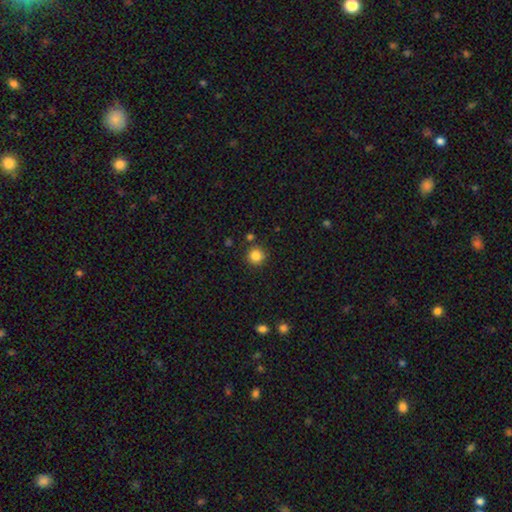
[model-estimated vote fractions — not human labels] smooth_or_featured: smooth (p=0.84) [alt: star or artifact p=0.11]
how_rounded: round (p=0.94) [alt: in between p=0.05]
merging: none (p=0.87) [alt: minor disturbance p=0.07]